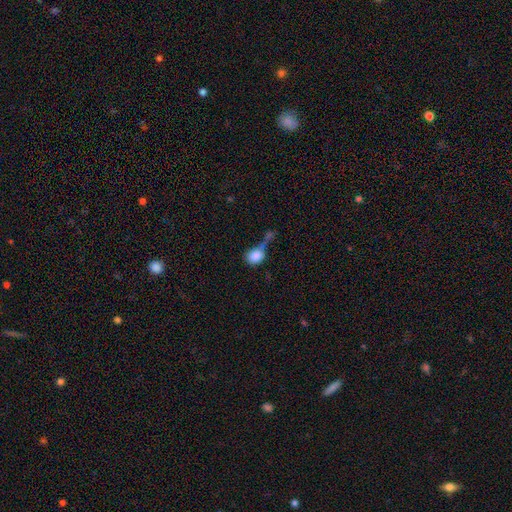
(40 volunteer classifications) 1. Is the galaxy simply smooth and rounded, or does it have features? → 88% smooth, 8% featured or disk, 5% star or artifact.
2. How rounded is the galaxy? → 54% round, 46% in between, 0% cigar-shaped.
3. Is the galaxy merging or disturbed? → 37% merger, 32% major disturbance, 16% none, 16% minor disturbance.